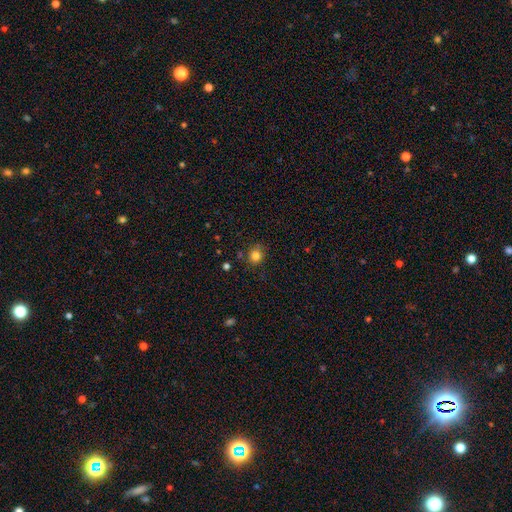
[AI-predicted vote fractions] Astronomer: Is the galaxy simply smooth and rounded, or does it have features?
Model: smooth — 82%.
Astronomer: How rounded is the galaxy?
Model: round — 86%.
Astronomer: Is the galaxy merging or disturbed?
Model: none — 81%.